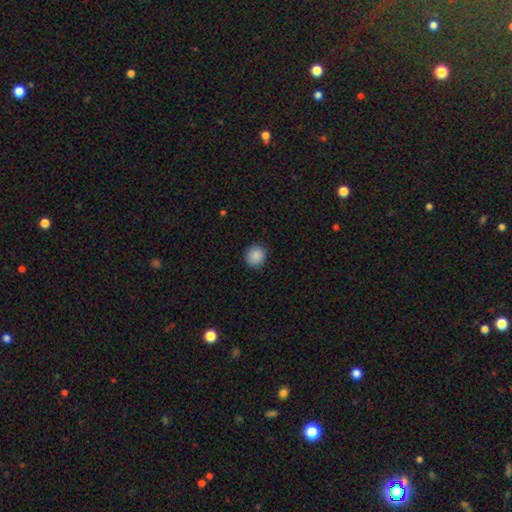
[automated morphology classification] A smooth galaxy with no disk features (88%) that is round (90%). Merging: none (89%).